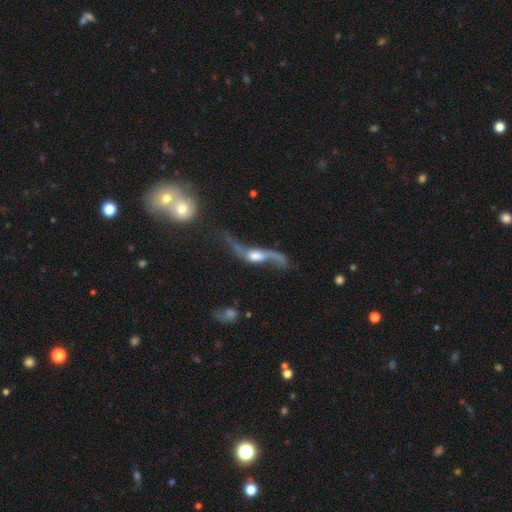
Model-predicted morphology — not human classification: Overall: featured or disk (79%). Edge-on disk: no (72%). Bar: no (54%; weak 32%). Spiral arms: yes (86%). Bulge size: moderate (43%; large 29%). Merging: none (37%; major disturbance 33%).